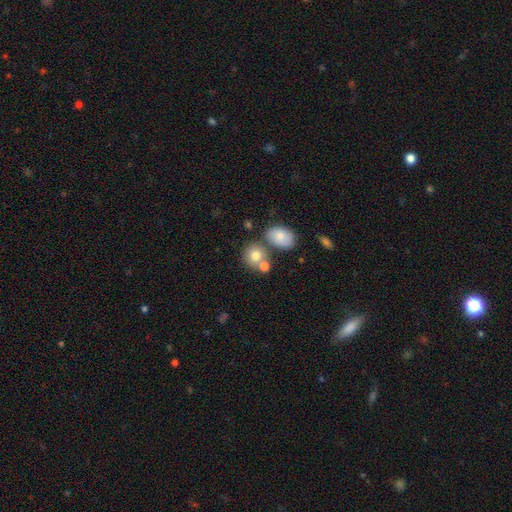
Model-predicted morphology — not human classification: smooth_or_featured: smooth (p=0.77) [alt: featured or disk p=0.14]
how_rounded: round (p=0.75) [alt: in between p=0.24]
merging: none (p=0.53) [alt: merger p=0.32]